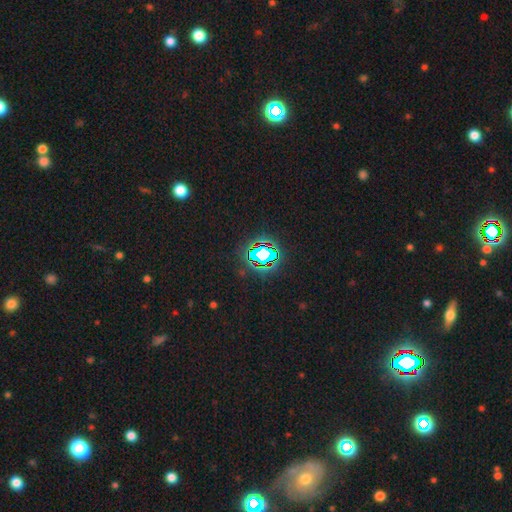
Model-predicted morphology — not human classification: star or artifact 82%, smooth 11%, featured or disk 7%.